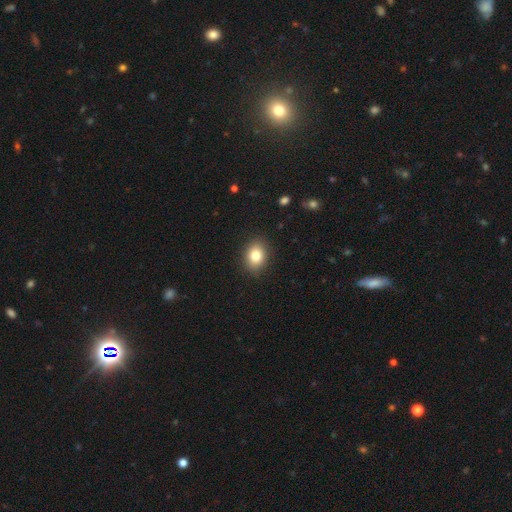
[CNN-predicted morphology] smooth_or_featured: smooth (p=0.82) [alt: star or artifact p=0.10]
how_rounded: in between (p=0.60) [alt: round p=0.39]
merging: none (p=0.89) [alt: minor disturbance p=0.08]